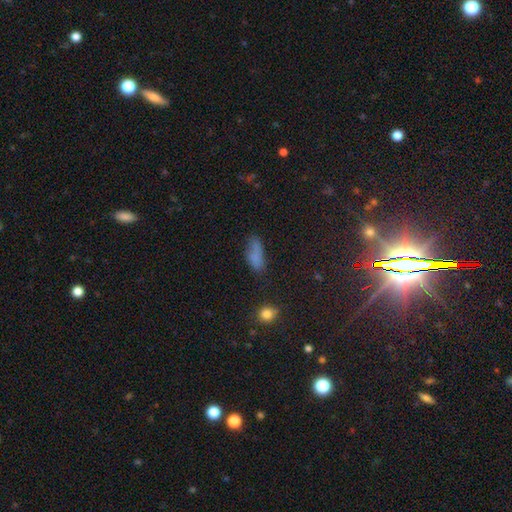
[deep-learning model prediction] A smooth galaxy with no disk features (74%) that is in between round and cigar-shaped (75%). Merging: none (53%).